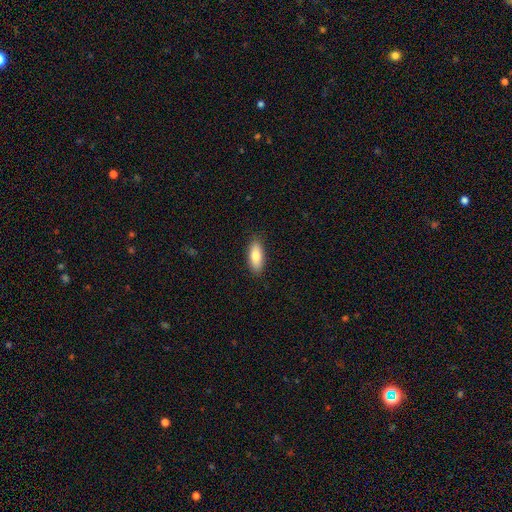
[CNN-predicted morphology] smooth 82%, featured or disk 12%, star or artifact 6%. Down the decision tree: how rounded — in between (77%); merging — none (89%).